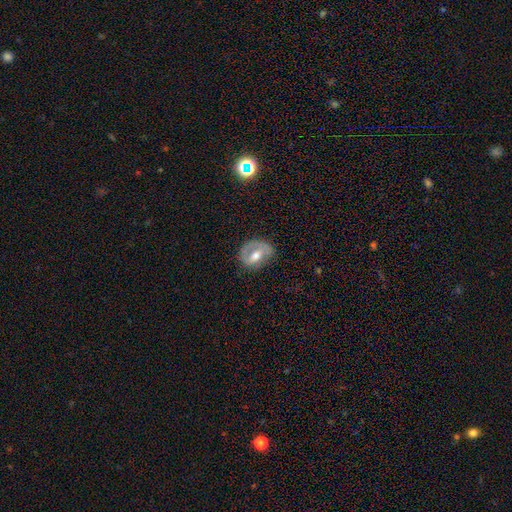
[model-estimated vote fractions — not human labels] smooth_or_featured: featured or disk (p=0.50) [alt: smooth p=0.43]
merging: none (p=0.57) [alt: minor disturbance p=0.26]